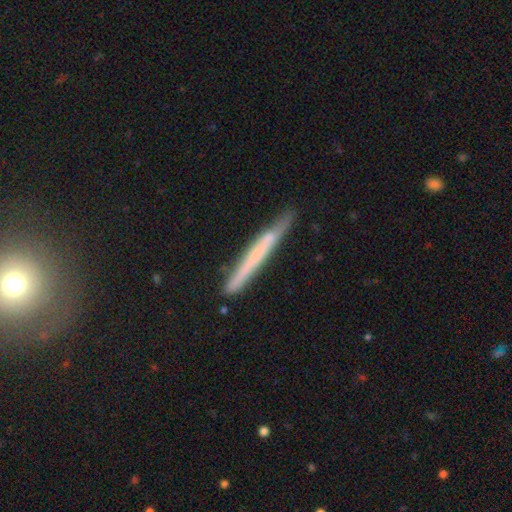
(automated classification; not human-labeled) smooth 49%, featured or disk 44%, star or artifact 7%. Down the decision tree: merging — none (83%).